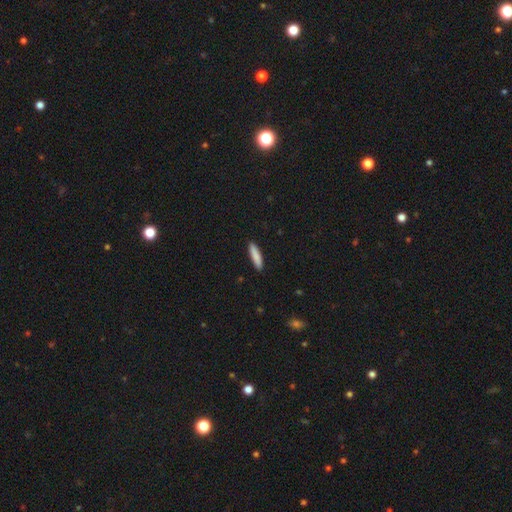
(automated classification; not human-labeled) smooth-or-featured: smooth: 86% | featured or disk: 8% | star or artifact: 6%
  how-rounded: cigar-shaped: 80% | in between: 19% | round: 1%
  merging: none: 90% | minor disturbance: 7% | major disturbance: 1% | merger: 1%